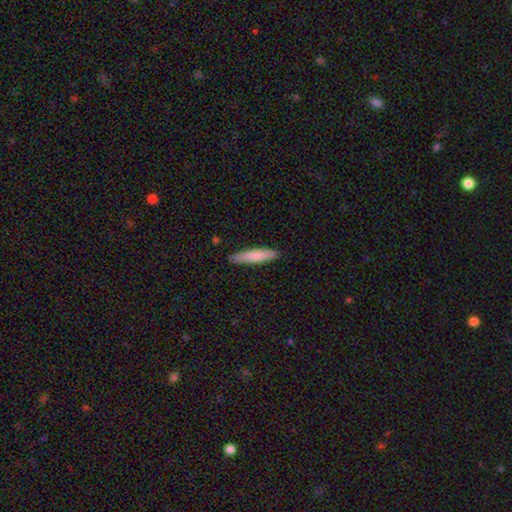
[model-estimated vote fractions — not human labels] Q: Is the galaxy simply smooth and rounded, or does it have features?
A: smooth — 78%.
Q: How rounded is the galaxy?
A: cigar-shaped — 86%.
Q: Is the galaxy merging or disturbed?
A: none — 88%.